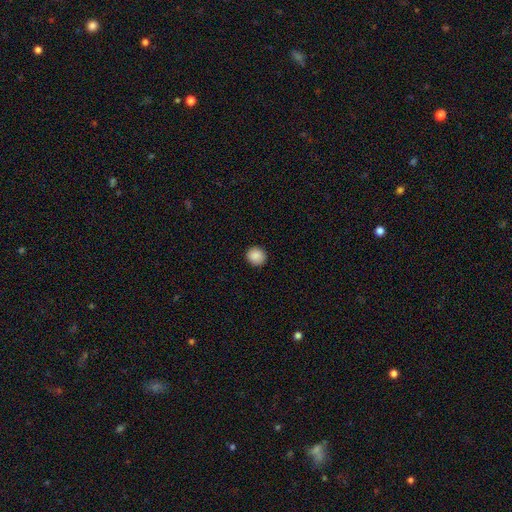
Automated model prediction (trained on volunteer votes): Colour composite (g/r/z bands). It shows a smooth galaxy with no disk features (89%) that is round (85%). Merging: none (92%).